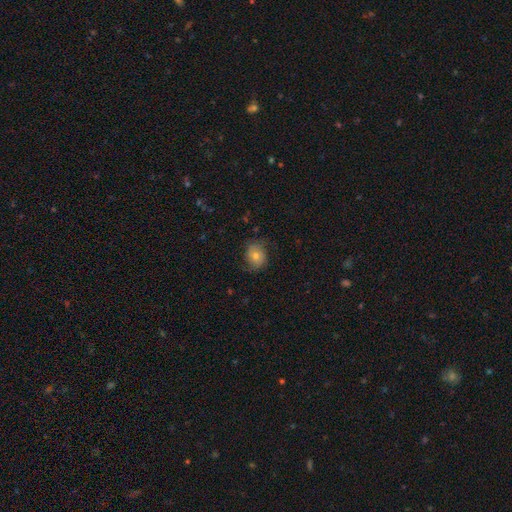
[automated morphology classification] smooth_or_featured: smooth (p=0.48) [alt: featured or disk p=0.41]
merging: none (p=0.71) [alt: minor disturbance p=0.19]